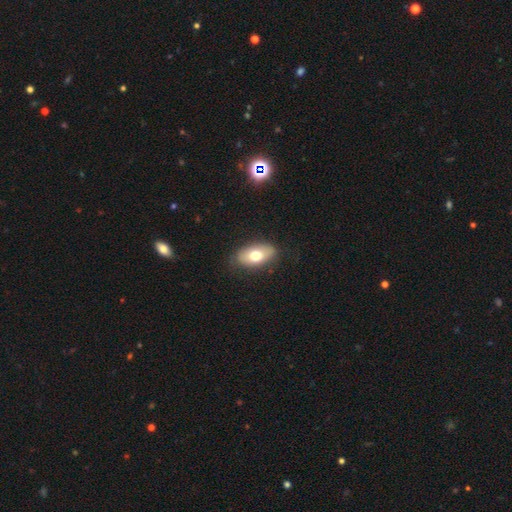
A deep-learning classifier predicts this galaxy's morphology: type=smooth (70%); roundness=in between (91%); merging=none (81%).